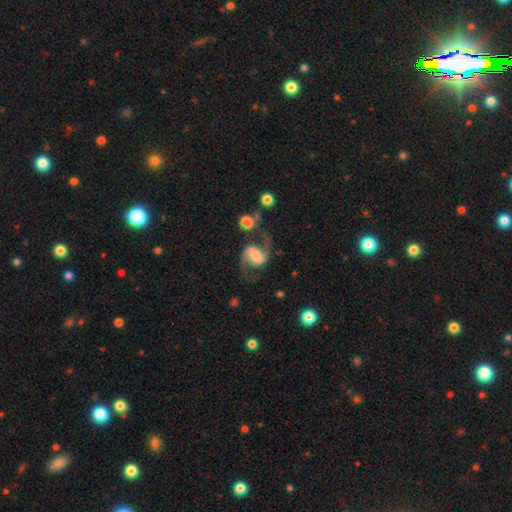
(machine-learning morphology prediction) Smooth or featured? featured or disk (85%)
Edge-on disk? no (98%)
Bar? weak (44%)
Spiral arms? yes (97%)
Spiral winding? loose (52%)
Spiral arm count? 2 (93%)
Bulge size? moderate (41%)
Merging? none (62%)